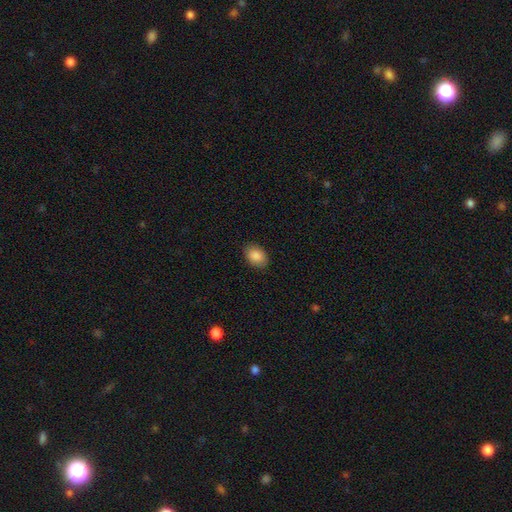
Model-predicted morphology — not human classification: A smooth galaxy with no disk features (87%) that is in between round and cigar-shaped (80%).

Vote fractions:
- Smooth or featured? smooth: 87% / star or artifact: 7% / featured or disk: 5%
- How rounded? in between: 80% / round: 19% / cigar-shaped: 1%
- Merging? none: 87% / minor disturbance: 10% / major disturbance: 2% / merger: 1%